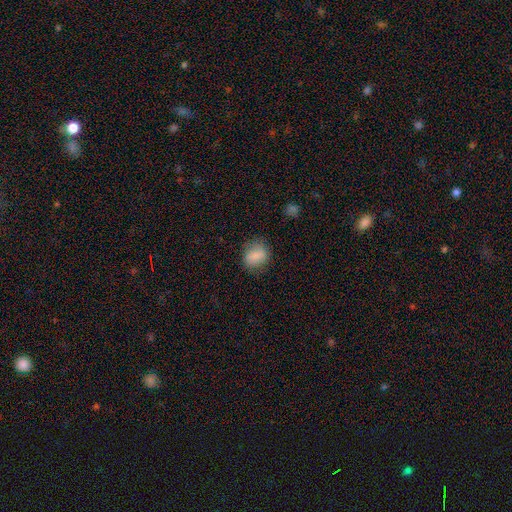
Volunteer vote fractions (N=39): smooth_or_featured: smooth (p=0.82) [alt: featured or disk p=0.10]
how_rounded: round (p=0.81) [alt: in between p=0.19]
merging: none (p=0.78) [alt: minor disturbance p=0.11]